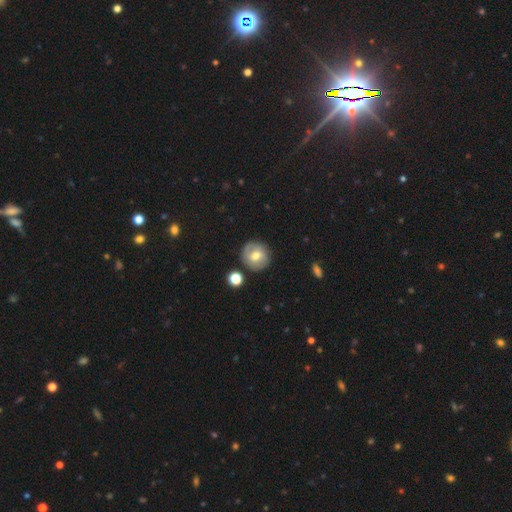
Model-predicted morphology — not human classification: Smooth or featured?
  - smooth: 62% *
  - featured or disk: 29%
  - star or artifact: 9%
How rounded?
  - round: 92% *
  - in between: 7%
  - cigar-shaped: 1%
Merging?
  - none: 82% *
  - minor disturbance: 11%
  - merger: 4%
  - major disturbance: 3%